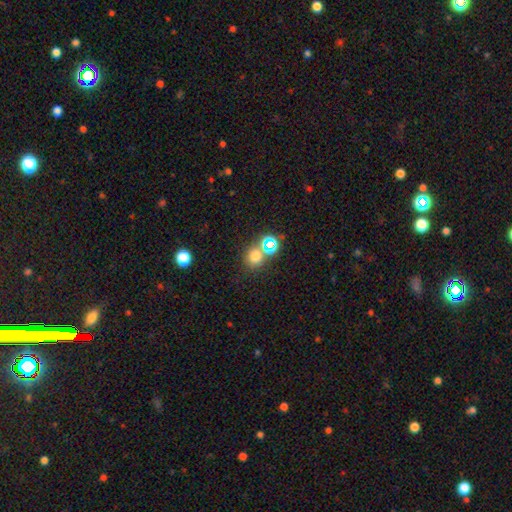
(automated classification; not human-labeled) smooth-or-featured: smooth: 66% | star or artifact: 26% | featured or disk: 8%
  how-rounded: round: 78% | in between: 21% | cigar-shaped: 1%
  merging: none: 62% | merger: 24% | minor disturbance: 9% | major disturbance: 4%